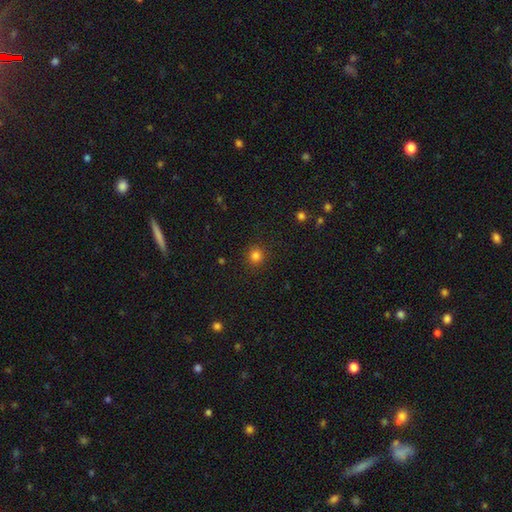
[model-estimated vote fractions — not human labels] This is clearly a smooth galaxy (82%). How rounded: clearly round (92%). Merging: clearly none (90%).